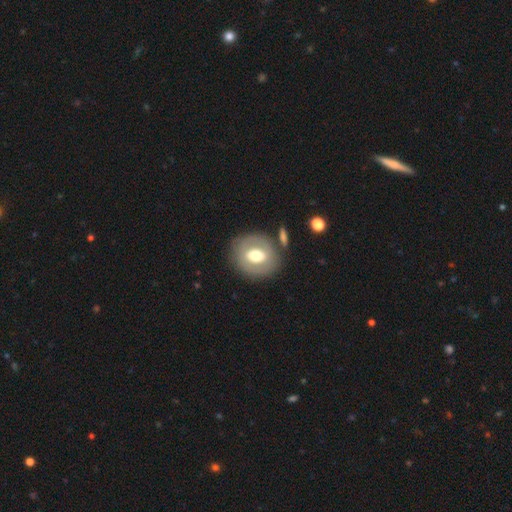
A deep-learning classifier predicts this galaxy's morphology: Q: Smooth or featured?
A: smooth (48%); runner-up: featured or disk (45%)
Q: Merging?
A: none (77%); runner-up: minor disturbance (12%)